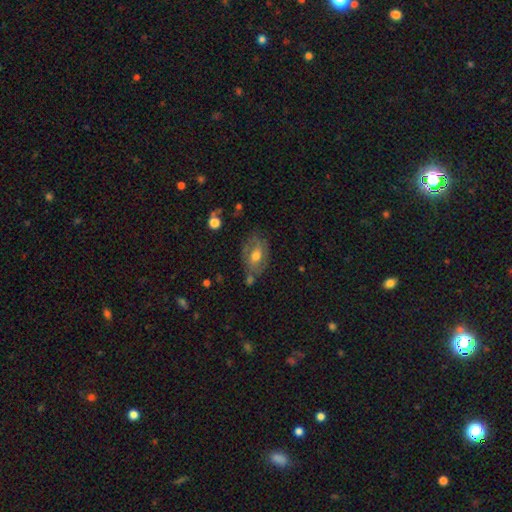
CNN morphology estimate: Overall: featured or disk (47%; smooth 42%). Merging: none (63%).